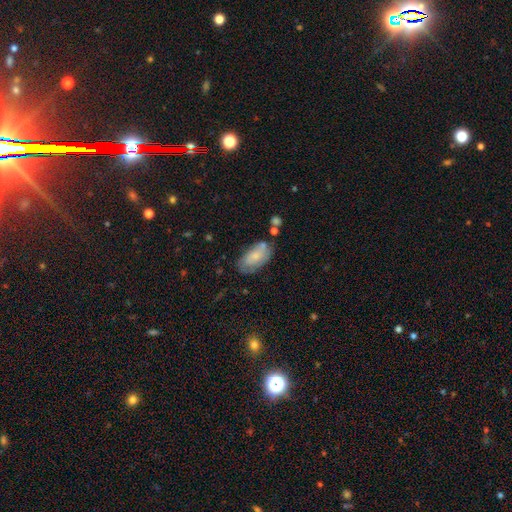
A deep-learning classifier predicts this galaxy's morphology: The model was most divided on "merging": none: 61%, minor disturbance: 25%, merger: 7%, major disturbance: 7%. More confident: how rounded — in between (92%); smooth or featured — smooth (67%).